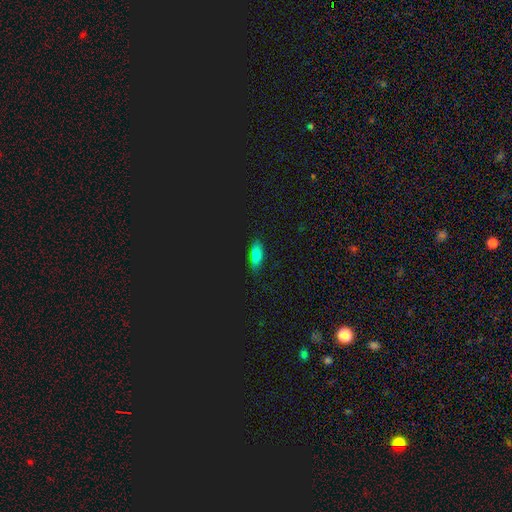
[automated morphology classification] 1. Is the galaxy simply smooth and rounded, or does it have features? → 65% smooth, 24% star or artifact, 11% featured or disk.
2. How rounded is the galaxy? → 77% in between, 17% cigar-shaped, 6% round.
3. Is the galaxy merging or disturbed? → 81% none, 14% minor disturbance, 3% major disturbance, 2% merger.